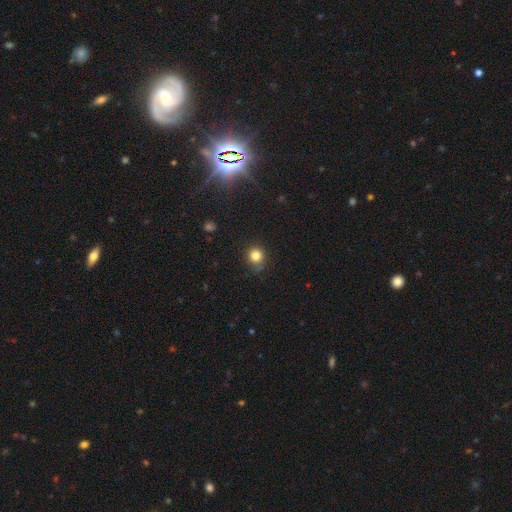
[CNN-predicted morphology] type=smooth (82%); roundness=round (90%); merging=none (80%).